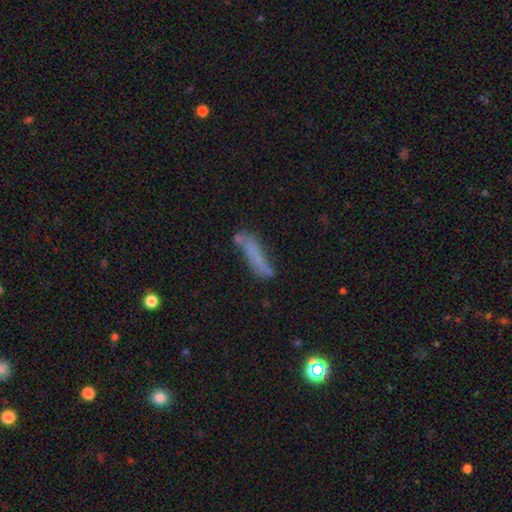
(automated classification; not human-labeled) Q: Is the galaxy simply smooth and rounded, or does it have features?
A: smooth — 60%.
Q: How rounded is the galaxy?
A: cigar-shaped — 83%.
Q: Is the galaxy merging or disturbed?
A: none — 57%.